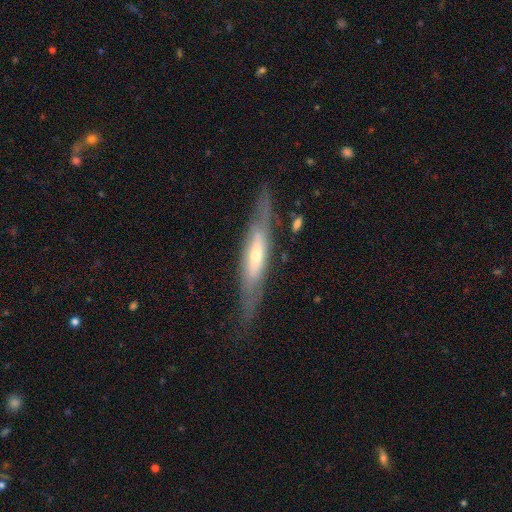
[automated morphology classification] smooth_or_featured: featured or disk (p=0.67) [alt: smooth p=0.26]
disk_edge_on: yes (p=0.73) [alt: no p=0.27]
merging: none (p=0.75) [alt: minor disturbance p=0.17]